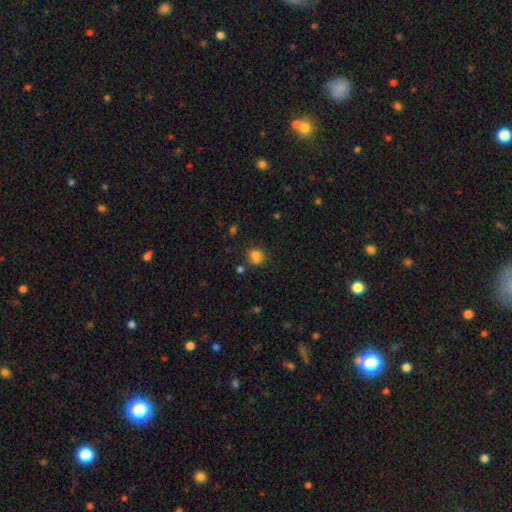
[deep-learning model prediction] Smooth or featured? smooth (74%)
How rounded? round (73%)
Merging? none (53%)